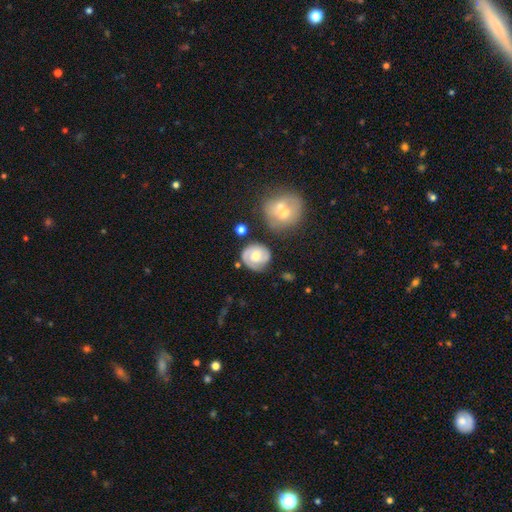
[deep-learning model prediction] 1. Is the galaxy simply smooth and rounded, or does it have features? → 62% featured or disk, 32% smooth, 6% star or artifact.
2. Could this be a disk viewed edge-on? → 97% no, 3% yes.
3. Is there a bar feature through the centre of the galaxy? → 71% no, 25% weak, 4% strong.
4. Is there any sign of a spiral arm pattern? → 82% yes, 18% no.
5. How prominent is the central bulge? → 71% moderate, 15% small, 10% large, 2% none, 1% dominant.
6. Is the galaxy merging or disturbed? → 70% none, 19% minor disturbance, 7% major disturbance, 4% merger.